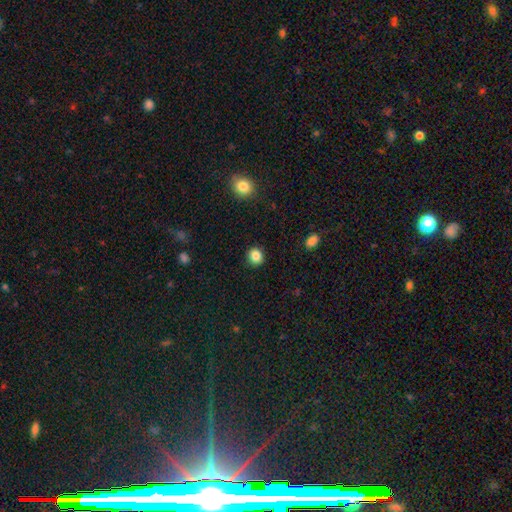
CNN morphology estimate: The model was most divided on "how rounded": round: 84%, in between: 15%, cigar-shaped: 1%. More confident: merging — none (91%); smooth or featured — smooth (85%).